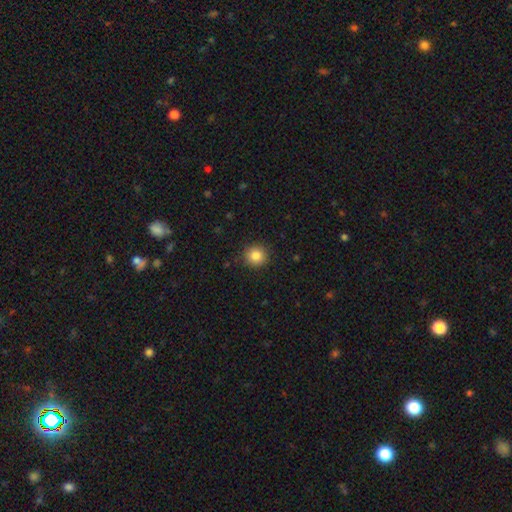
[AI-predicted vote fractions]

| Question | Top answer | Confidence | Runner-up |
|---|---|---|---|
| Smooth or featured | smooth | 85% | star or artifact (10%) |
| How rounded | round | 91% | in between (8%) |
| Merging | none | 90% | minor disturbance (7%) |